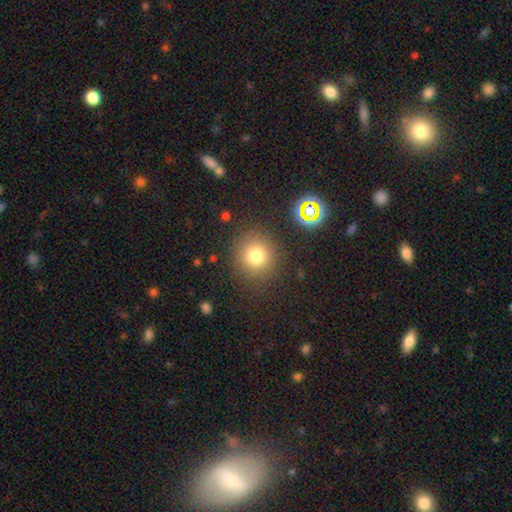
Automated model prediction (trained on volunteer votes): A smooth galaxy with no disk features (77%) that is round (90%).

Vote fractions:
- Smooth or featured? smooth: 77% / star or artifact: 15% / featured or disk: 8%
- How rounded? round: 90% / in between: 9% / cigar-shaped: 1%
- Merging? none: 87% / minor disturbance: 7% / major disturbance: 4% / merger: 2%